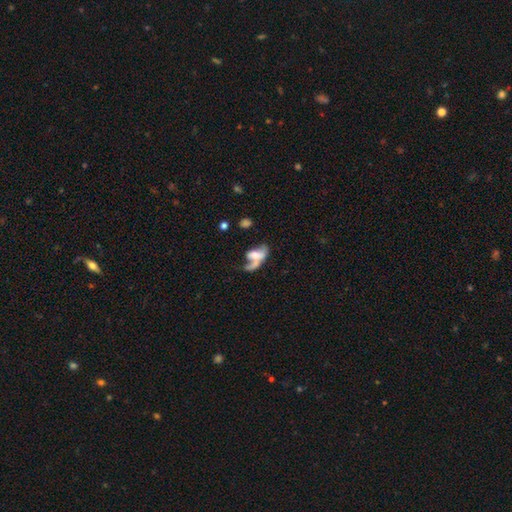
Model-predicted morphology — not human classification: Smooth or featured: smooth — 50% (featured or disk — 41%)
Merging: merger — 36% (major disturbance — 30%)